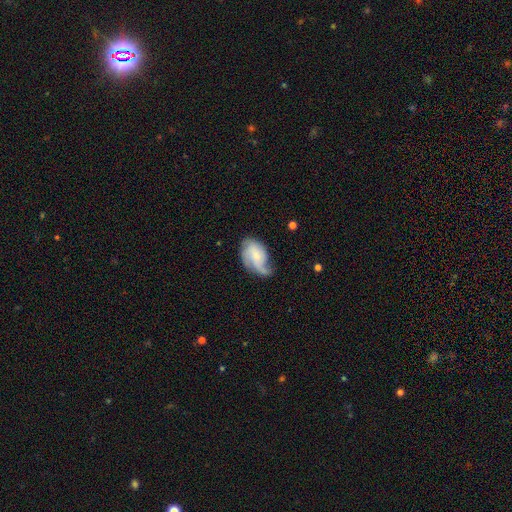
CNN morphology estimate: Overall: featured or disk (66%; smooth 28%). Edge-on disk: no (97%). Bar: no (62%; weak 32%). Spiral arms: yes (90%). Spiral arm count: 3 (36%; 2 24%). Spiral winding: medium (42%; loose 33%). Bulge size: small (53%; moderate 30%). Merging: none (43%; minor disturbance 33%).